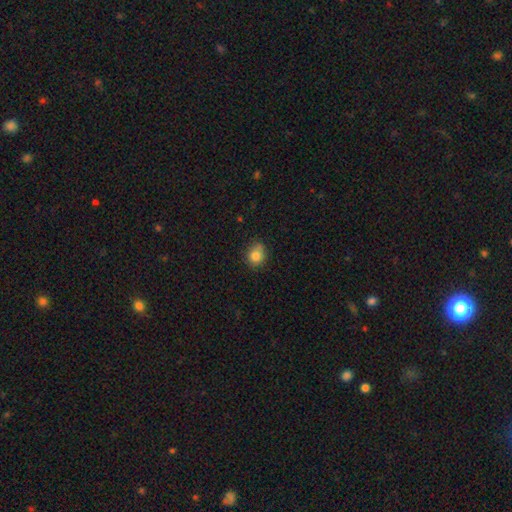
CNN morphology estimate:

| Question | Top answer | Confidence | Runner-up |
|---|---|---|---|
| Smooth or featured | smooth | 84% | star or artifact (10%) |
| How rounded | round | 71% | in between (28%) |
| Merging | none | 71% | minor disturbance (22%) |